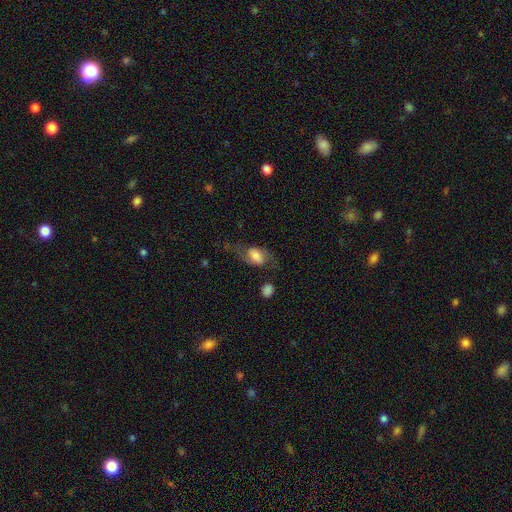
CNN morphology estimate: smooth 46% (tied), featured or disk 46% (tied), star or artifact 8%. Down the decision tree: merging — none (52%).